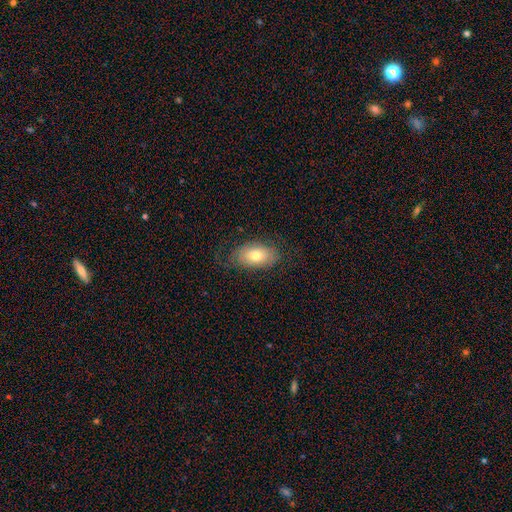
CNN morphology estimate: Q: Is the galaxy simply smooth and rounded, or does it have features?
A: smooth — 66%.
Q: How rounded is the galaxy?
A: in between — 91%.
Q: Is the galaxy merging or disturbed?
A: none — 70%.